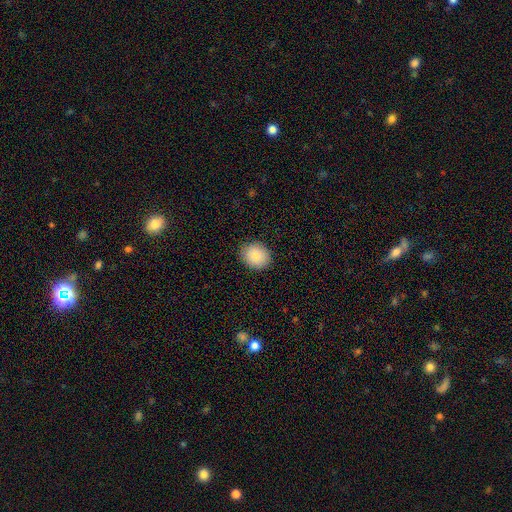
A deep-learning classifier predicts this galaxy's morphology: Smooth or featured?
  - smooth: 86% *
  - star or artifact: 8%
  - featured or disk: 7%
How rounded?
  - round: 68% *
  - in between: 31%
  - cigar-shaped: 1%
Merging?
  - none: 88% *
  - minor disturbance: 9%
  - major disturbance: 2%
  - merger: 1%